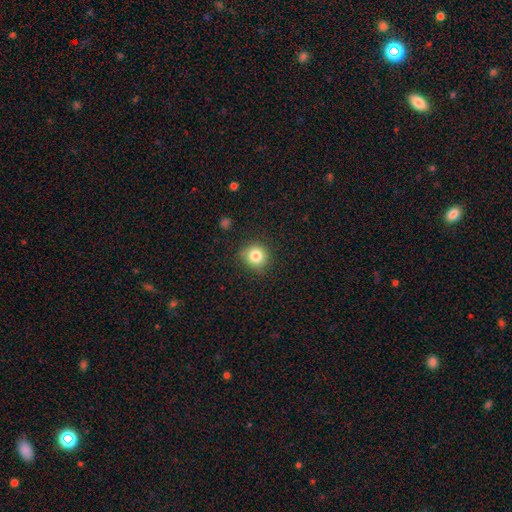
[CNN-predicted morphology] smooth 83%, star or artifact 11%, featured or disk 6%. Down the decision tree: how rounded — round (90%); merging — none (84%).